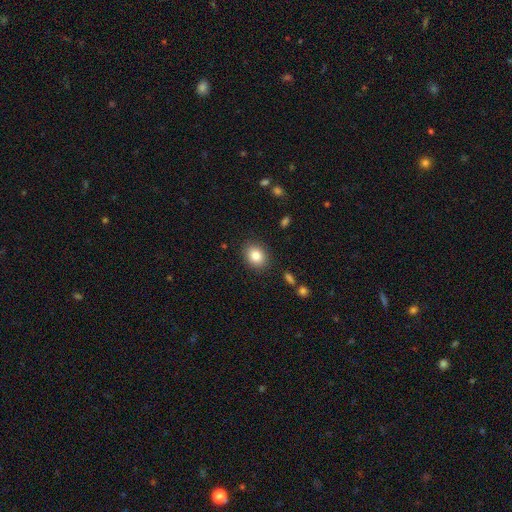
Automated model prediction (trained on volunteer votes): The model was most divided on "how rounded": in between: 50%, round: 49%, cigar-shaped: 1%. More confident: merging — none (87%); smooth or featured — smooth (84%).